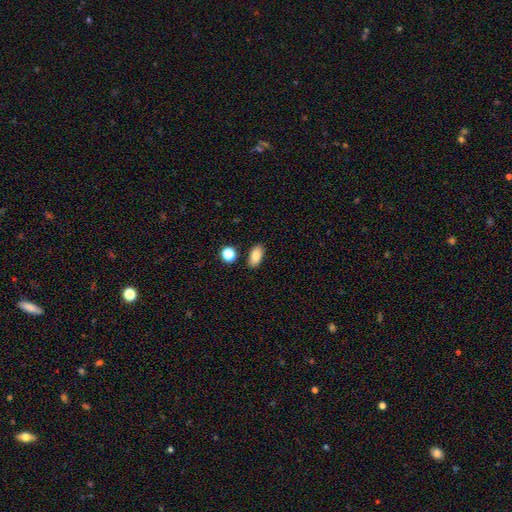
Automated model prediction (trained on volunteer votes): The model was most divided on "merging": none: 85%, minor disturbance: 9%, merger: 4%, major disturbance: 2%. More confident: how rounded — in between (90%); smooth or featured — smooth (85%).